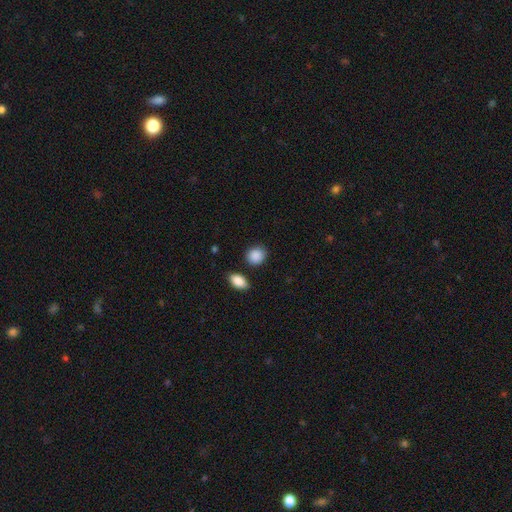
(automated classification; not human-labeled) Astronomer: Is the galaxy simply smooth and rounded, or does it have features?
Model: smooth — 89%.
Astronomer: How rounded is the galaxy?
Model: round — 71%.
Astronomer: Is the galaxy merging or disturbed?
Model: none — 81%.